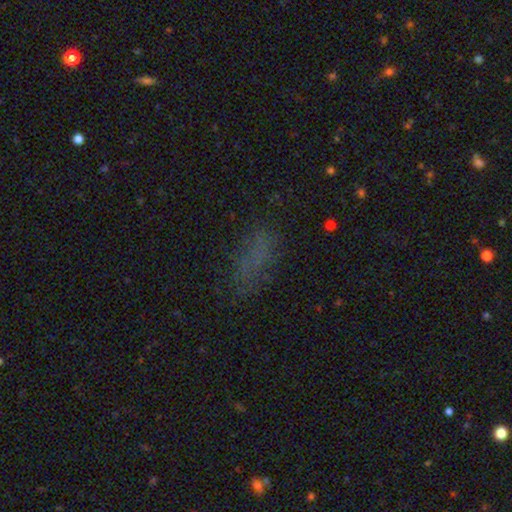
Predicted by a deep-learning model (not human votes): A smooth galaxy with no disk features (60%) that is in between round and cigar-shaped (68%). Merging: none (69%).